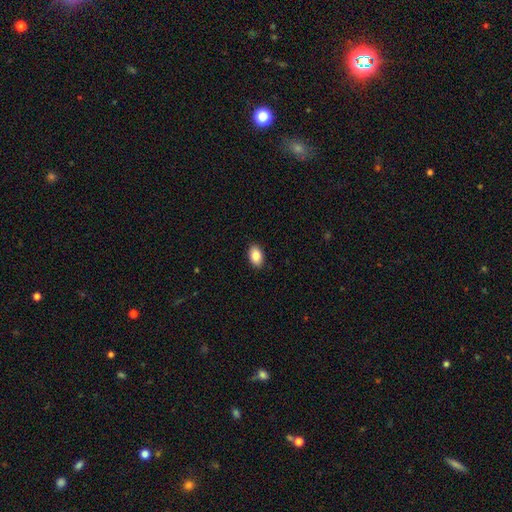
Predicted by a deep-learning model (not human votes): The model was most divided on "smooth or featured": smooth: 87%, star or artifact: 7%, featured or disk: 6%. More confident: how rounded — in between (91%); merging — none (89%).